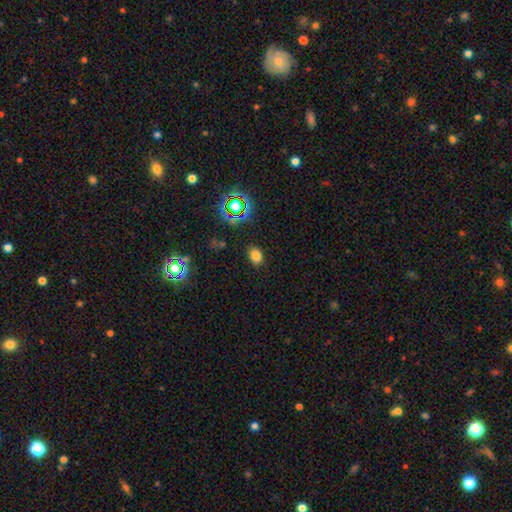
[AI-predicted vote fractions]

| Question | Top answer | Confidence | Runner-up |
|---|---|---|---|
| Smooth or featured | smooth | 76% | star or artifact (18%) |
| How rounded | in between | 69% | round (30%) |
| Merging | none | 85% | minor disturbance (10%) |